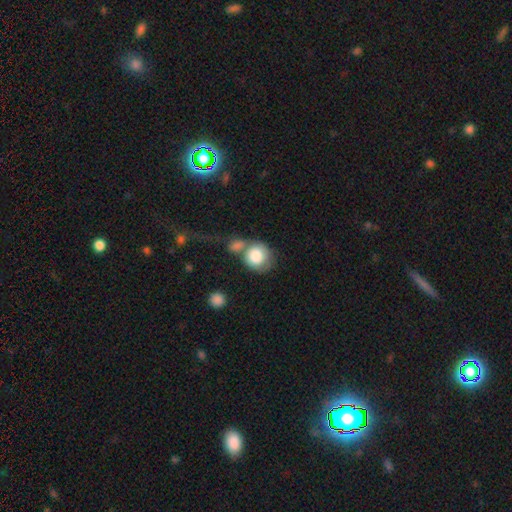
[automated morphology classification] smooth-or-featured: smooth: 82% | featured or disk: 12% | star or artifact: 6%
  how-rounded: round: 81% | in between: 18% | cigar-shaped: 1%
  merging: merger: 42% | none: 32% | minor disturbance: 14% | major disturbance: 13%